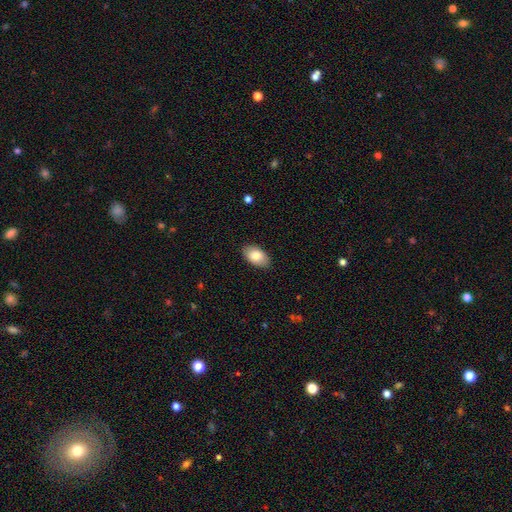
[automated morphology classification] The model was most divided on "smooth or featured": smooth: 83%, featured or disk: 10%, star or artifact: 6%. More confident: how rounded — in between (94%); merging — none (88%).